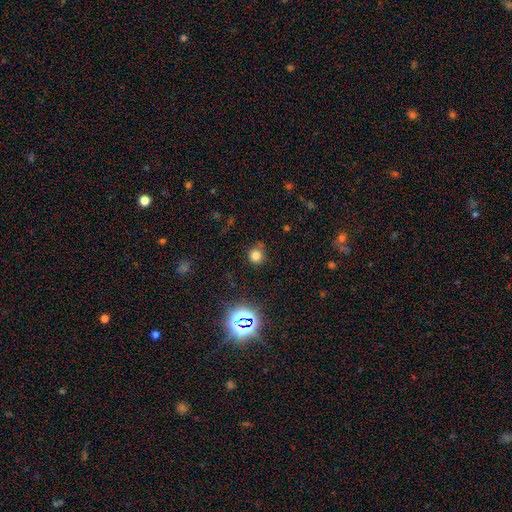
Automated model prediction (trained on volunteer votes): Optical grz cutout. It shows a smooth galaxy with no disk features (74%) that is round (90%). Merging: none (77%).